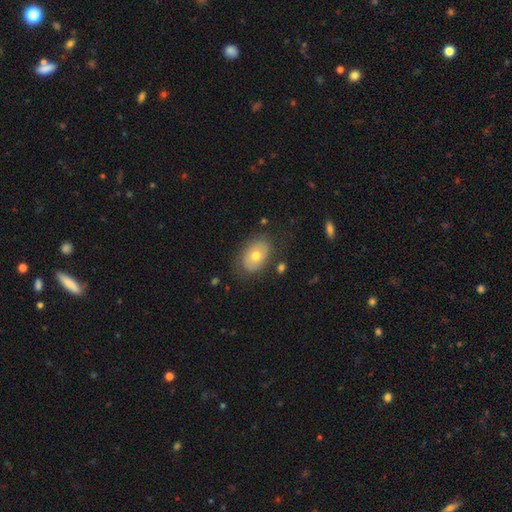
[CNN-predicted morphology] Q: Smooth or featured?
A: smooth (60%); runner-up: featured or disk (32%)
Q: How rounded?
A: in between (77%); runner-up: round (21%)
Q: Merging?
A: none (74%); runner-up: minor disturbance (17%)